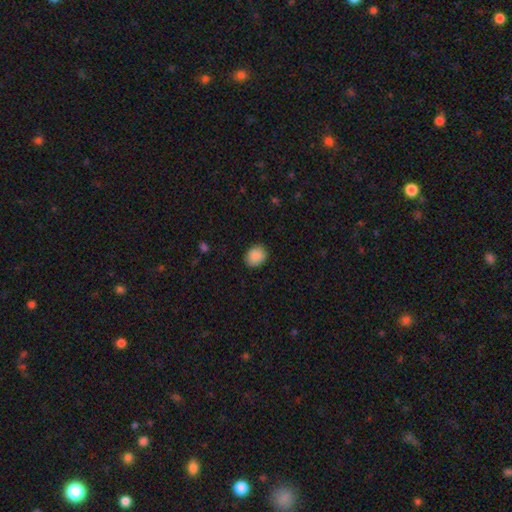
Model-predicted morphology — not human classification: smooth_or_featured: smooth (p=0.89) [alt: star or artifact p=0.08]
how_rounded: round (p=0.56) [alt: in between p=0.43]
merging: none (p=0.87) [alt: minor disturbance p=0.10]